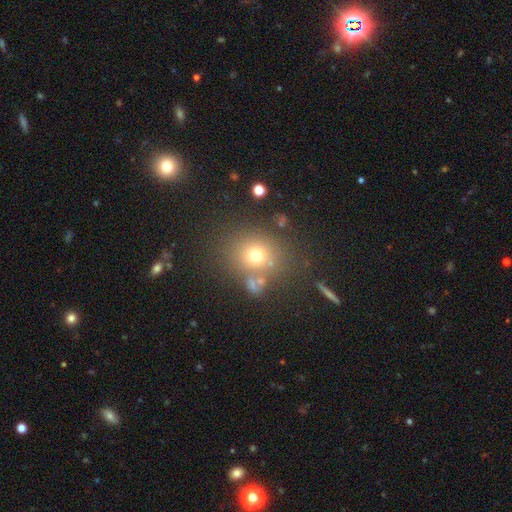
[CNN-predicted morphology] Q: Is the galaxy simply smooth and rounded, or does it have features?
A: smooth — 69%.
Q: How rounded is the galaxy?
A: round — 76%.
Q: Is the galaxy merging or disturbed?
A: none — 72%.